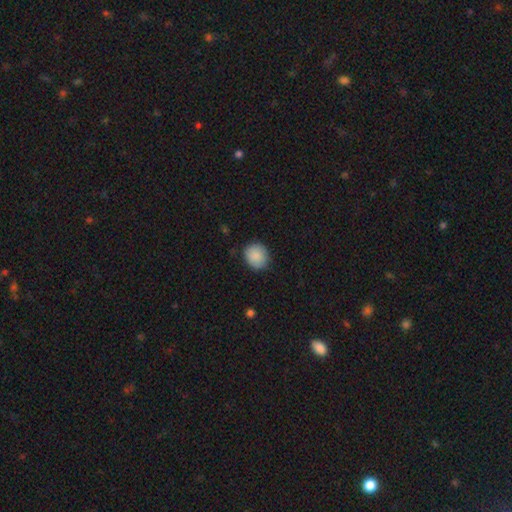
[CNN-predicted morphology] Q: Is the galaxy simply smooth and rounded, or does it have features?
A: smooth — 89%.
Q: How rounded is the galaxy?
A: round — 77%.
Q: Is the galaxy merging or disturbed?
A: none — 84%.